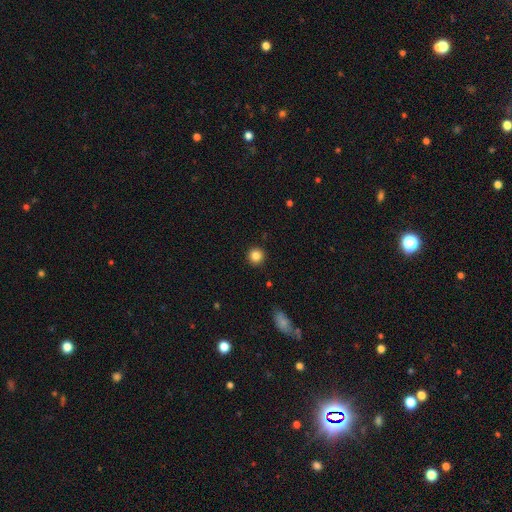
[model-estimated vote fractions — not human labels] This is clearly a smooth galaxy (85%). How rounded: clearly round (96%). Merging: clearly none (92%).